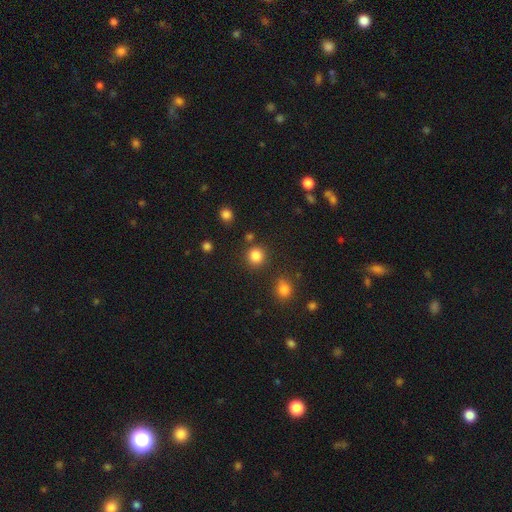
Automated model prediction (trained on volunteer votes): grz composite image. It shows a smooth galaxy with no disk features (84%) that is round (90%). Merging: none (85%).